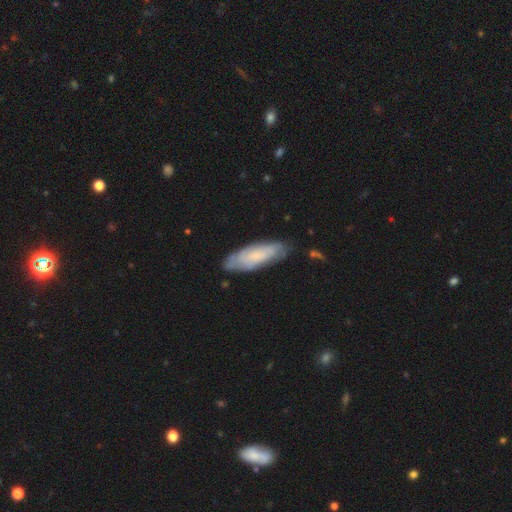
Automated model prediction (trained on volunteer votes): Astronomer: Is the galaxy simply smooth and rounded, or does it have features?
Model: smooth — 48% (runner-up: featured or disk, 45%).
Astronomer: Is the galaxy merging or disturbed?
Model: none — 76%.